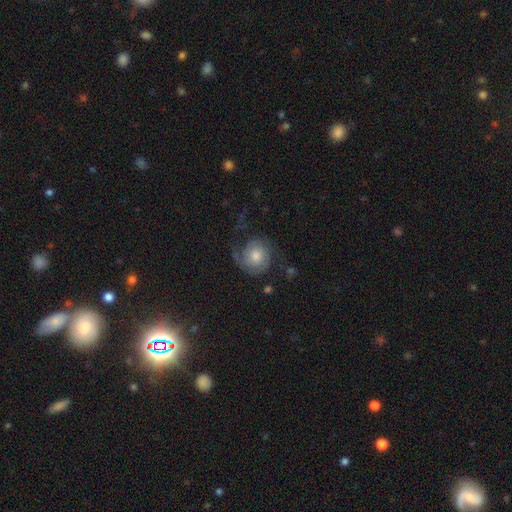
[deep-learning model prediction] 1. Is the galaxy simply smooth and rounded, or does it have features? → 67% featured or disk, 24% smooth, 9% star or artifact.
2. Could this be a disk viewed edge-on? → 98% no, 2% yes.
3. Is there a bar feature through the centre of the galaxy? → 78% no, 19% weak, 3% strong.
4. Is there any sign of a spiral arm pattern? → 93% yes, 7% no.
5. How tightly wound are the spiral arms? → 38% medium, 35% tight, 26% loose.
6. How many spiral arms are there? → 70% 2, 10% 1, 10% can't tell, 5% 3, 2% 4, 2% more than 4.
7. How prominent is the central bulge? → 57% moderate, 25% small, 12% large, 3% none, 2% dominant.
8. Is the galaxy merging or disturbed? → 64% none, 18% minor disturbance, 16% major disturbance, 2% merger.